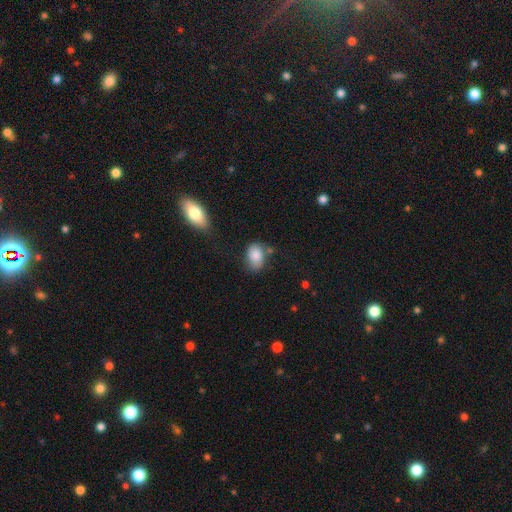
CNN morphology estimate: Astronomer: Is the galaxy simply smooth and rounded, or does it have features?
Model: smooth — 83%.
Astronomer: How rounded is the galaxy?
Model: in between — 81%.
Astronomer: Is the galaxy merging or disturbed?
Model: none — 60%.